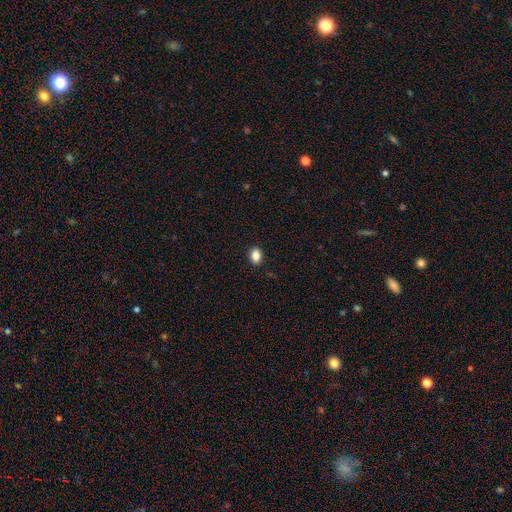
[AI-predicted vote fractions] A smooth galaxy with no disk features (86%) that is in between round and cigar-shaped (71%). Merging: none (90%).